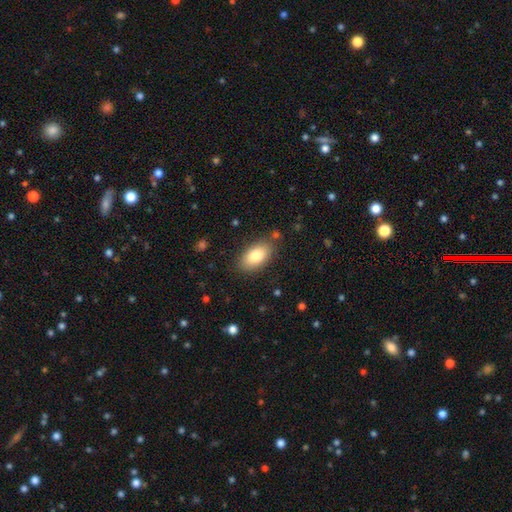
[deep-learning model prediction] A smooth galaxy with no disk features (81%) that is in between round and cigar-shaped (93%). Merging: none (83%).